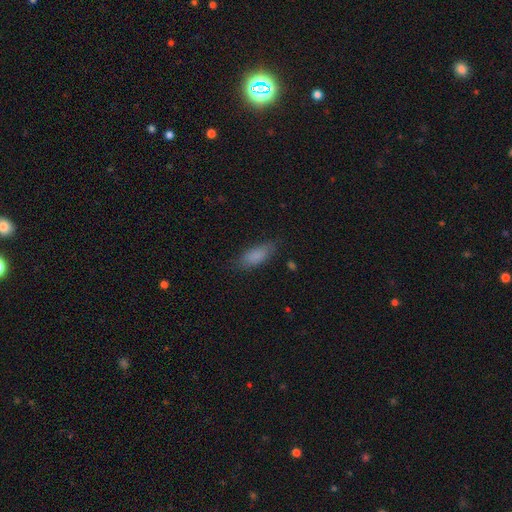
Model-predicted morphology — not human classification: smooth-or-featured: smooth: 85% | star or artifact: 8% | featured or disk: 8%
  how-rounded: in between: 76% | cigar-shaped: 22% | round: 2%
  merging: none: 79% | minor disturbance: 16% | major disturbance: 4% | merger: 1%